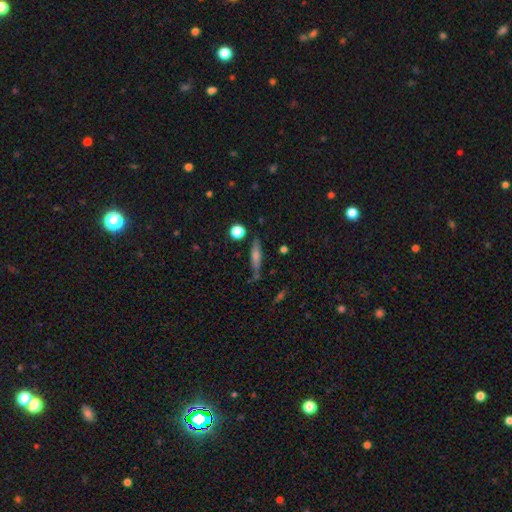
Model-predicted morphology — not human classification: Smooth or featured?
  - smooth: 52% *
  - featured or disk: 36%
  - star or artifact: 12%
How rounded?
  - cigar-shaped: 80% *
  - in between: 16%
  - round: 4%
Merging?
  - none: 77% *
  - minor disturbance: 15%
  - merger: 5%
  - major disturbance: 4%